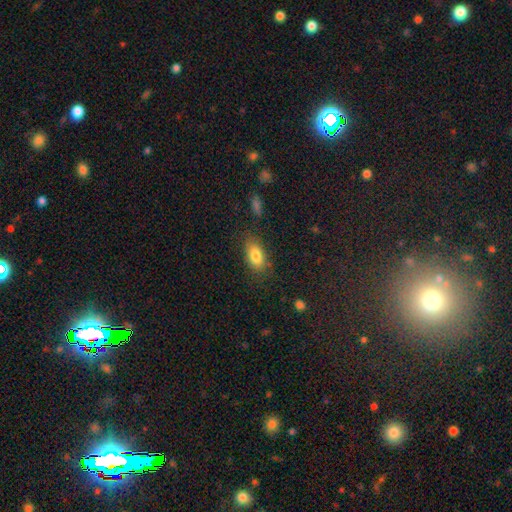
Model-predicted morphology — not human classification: The model was most divided on "merging": none: 79%, minor disturbance: 15%, major disturbance: 4%, merger: 2%. More confident: how rounded — in between (89%); smooth or featured — smooth (82%).